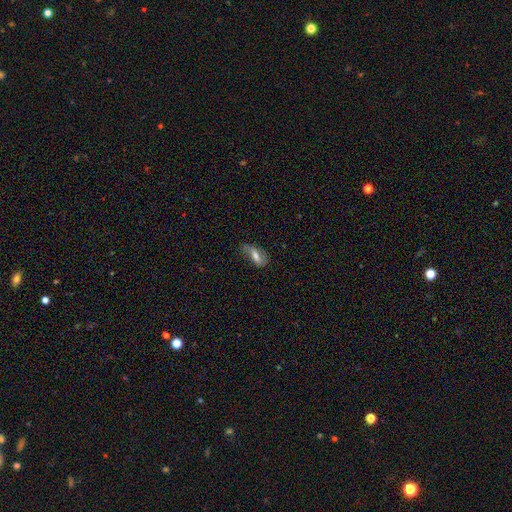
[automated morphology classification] This appears to be a smooth galaxy with no disk features (52%) that is in between round and cigar-shaped (77%). Merging: none (53%).